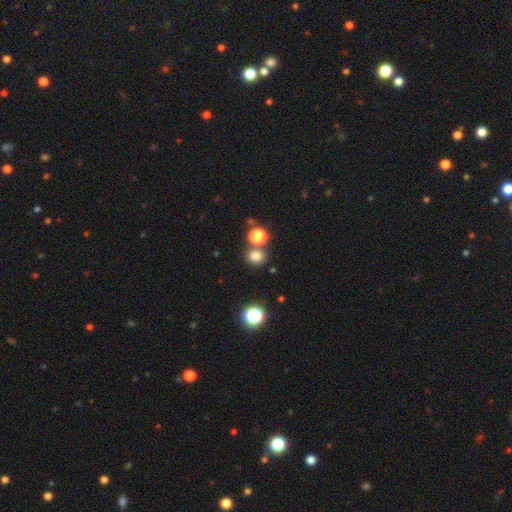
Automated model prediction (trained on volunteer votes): Smooth or featured? smooth (78%)
How rounded? round (81%)
Merging? none (69%)